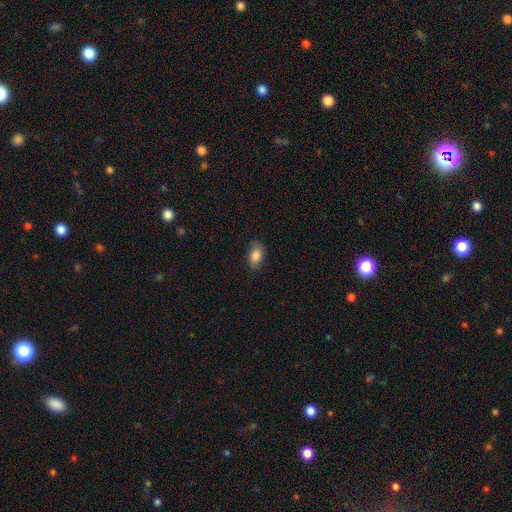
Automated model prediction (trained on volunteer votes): Overall: smooth (85%). How rounded: in between (88%). Merging: none (83%).